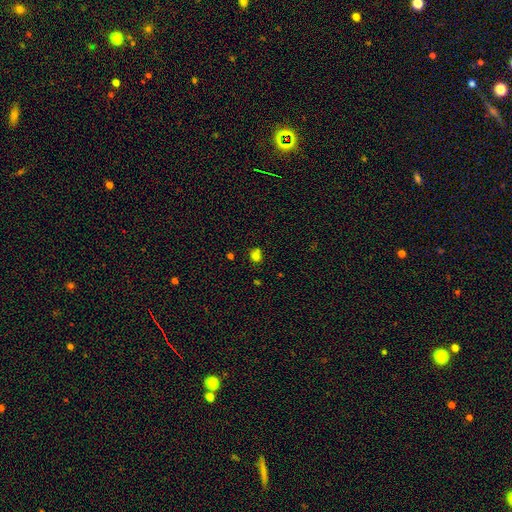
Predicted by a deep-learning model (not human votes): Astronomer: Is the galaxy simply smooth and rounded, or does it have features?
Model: smooth — 73%.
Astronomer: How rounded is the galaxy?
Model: round — 70%.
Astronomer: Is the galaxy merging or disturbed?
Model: none — 69%.